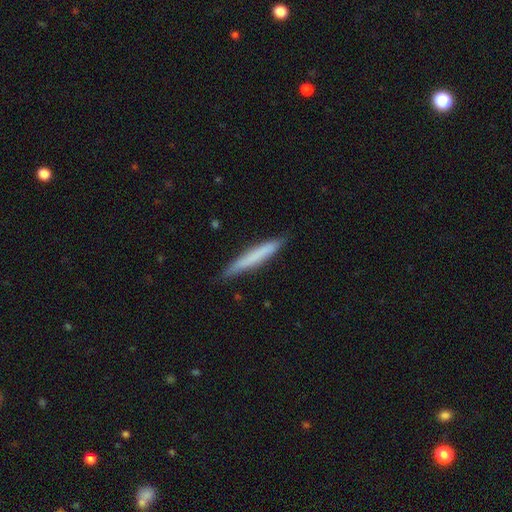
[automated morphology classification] This is likely a smooth galaxy (68%). How rounded: clearly cigar-shaped (96%). Merging: clearly none (89%).